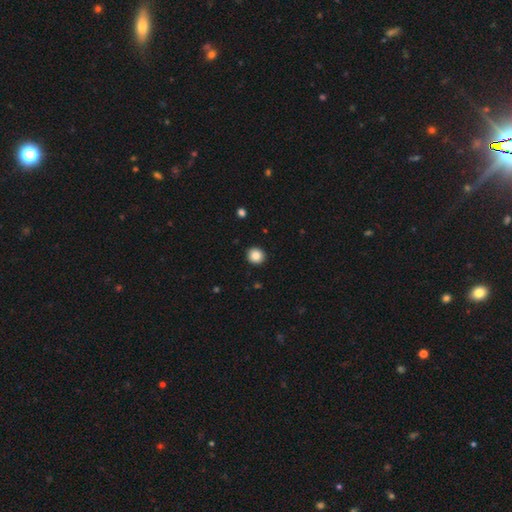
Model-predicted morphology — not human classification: Smooth or featured?
  - smooth: 87% *
  - star or artifact: 9%
  - featured or disk: 4%
How rounded?
  - round: 89% *
  - in between: 10%
  - cigar-shaped: 1%
Merging?
  - none: 92% *
  - minor disturbance: 5%
  - major disturbance: 2%
  - merger: 1%